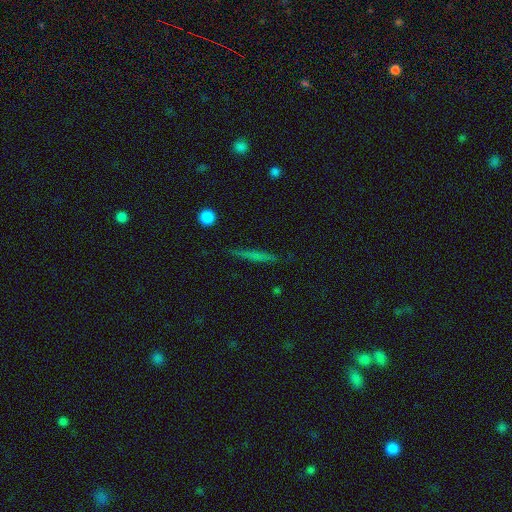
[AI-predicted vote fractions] This appears to be a smooth galaxy with no disk features (51%) that is cigar-shaped (92%). Merging: none (87%).